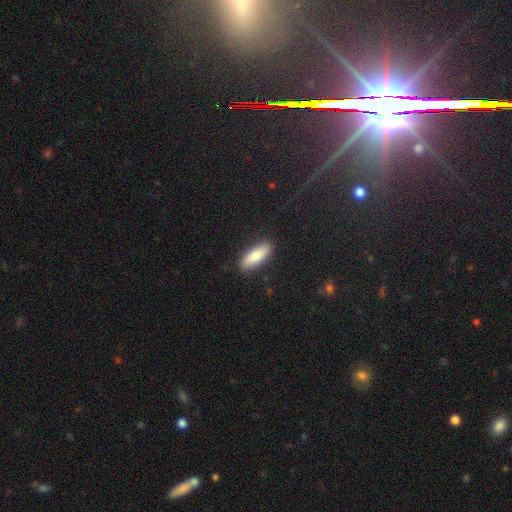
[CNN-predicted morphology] This is clearly a smooth galaxy (82%). How rounded: likely in between (70%). Merging: clearly none (88%).